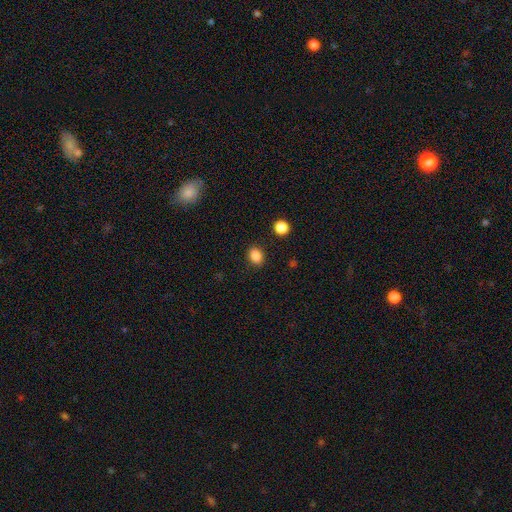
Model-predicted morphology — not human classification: This appears to be a smooth galaxy with no disk features (85%) that is in between round and cigar-shaped (57%). Merging: none (87%).